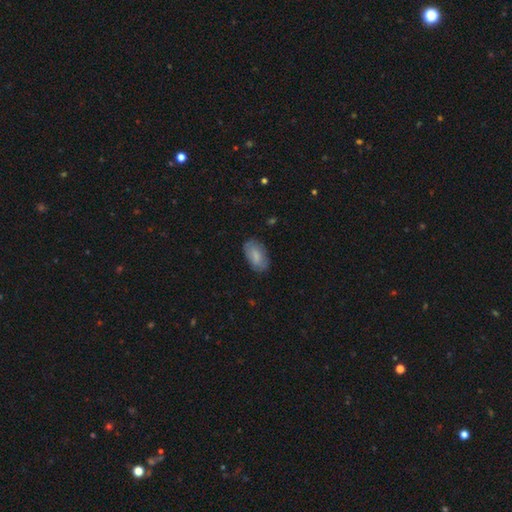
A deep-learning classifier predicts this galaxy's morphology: This is likely a smooth galaxy (75%). How rounded: clearly in between (93%). Merging: likely none (77%).